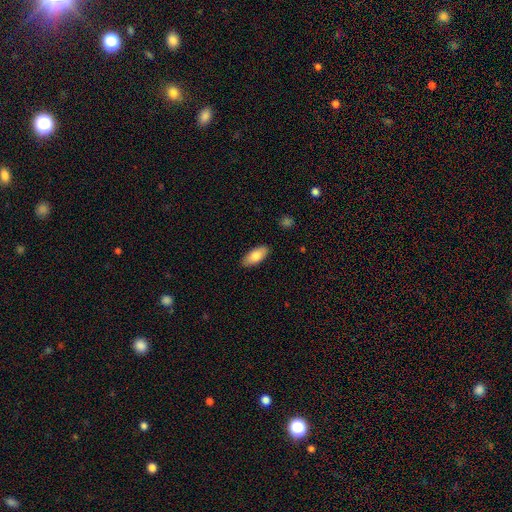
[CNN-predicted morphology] A smooth galaxy with no disk features (80%) that is in between round and cigar-shaped (86%). Merging: none (88%).